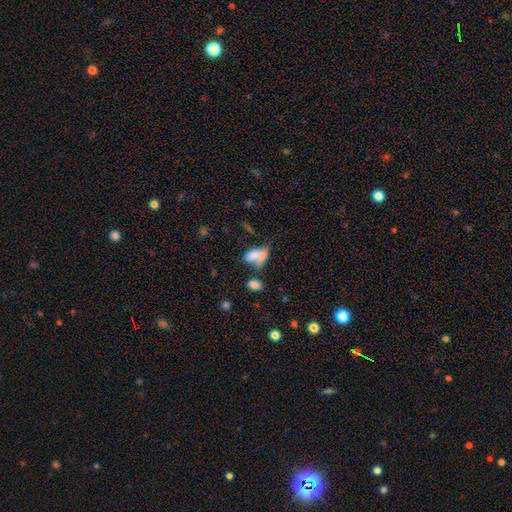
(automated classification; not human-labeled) Smooth or featured?
  - smooth: 73% *
  - featured or disk: 16%
  - star or artifact: 11%
How rounded?
  - in between: 87% *
  - round: 9%
  - cigar-shaped: 4%
Merging?
  - merger: 40% *
  - none: 26%
  - minor disturbance: 18%
  - major disturbance: 16%